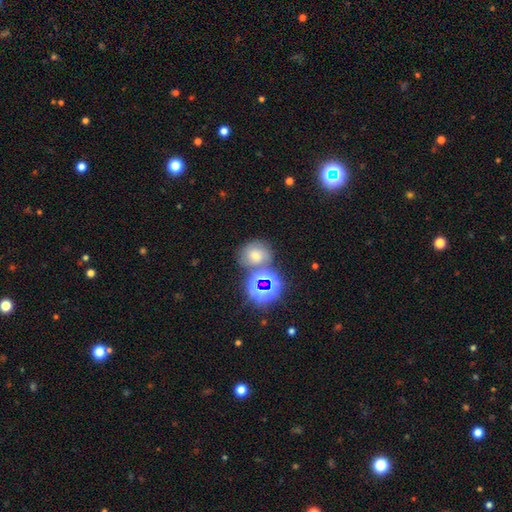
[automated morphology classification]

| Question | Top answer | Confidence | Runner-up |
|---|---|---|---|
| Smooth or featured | smooth | 42% | star or artifact (39%) |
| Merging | none | 62% | merger (18%) |